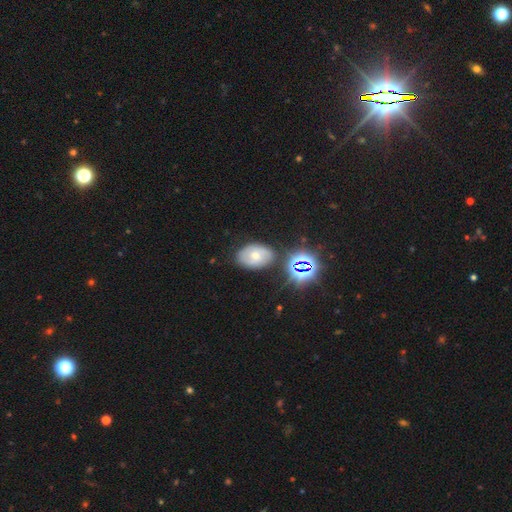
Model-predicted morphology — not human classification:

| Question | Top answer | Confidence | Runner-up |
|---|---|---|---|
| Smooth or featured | featured or disk | 42% | smooth (41%) |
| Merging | none | 73% | minor disturbance (17%) |